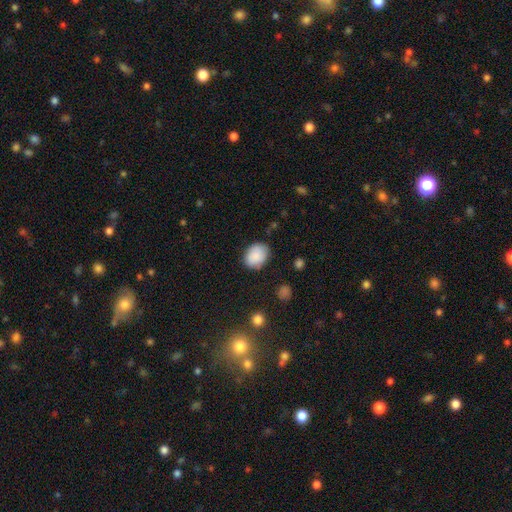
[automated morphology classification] The model was most divided on "how rounded": in between: 60%, round: 39%, cigar-shaped: 1%. More confident: smooth or featured — smooth (88%); merging — none (80%).